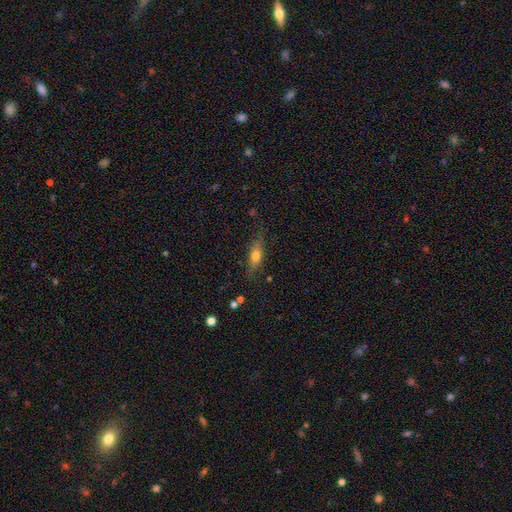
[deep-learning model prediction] Smooth or featured? smooth (58%)
How rounded? in between (54%)
Merging? none (74%)